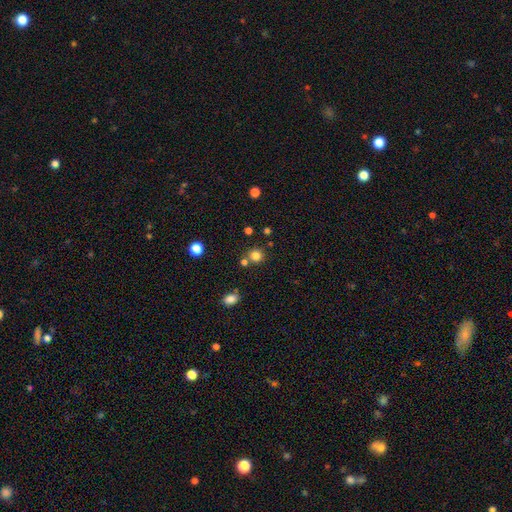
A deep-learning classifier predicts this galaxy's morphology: type=smooth (80%); roundness=round (90%); merging=none (72%).